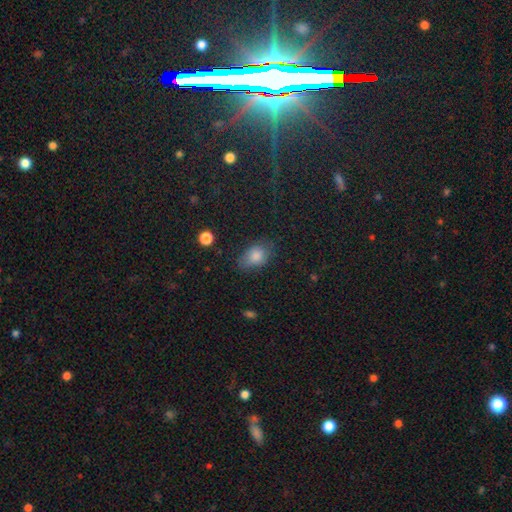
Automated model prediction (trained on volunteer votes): Smooth or featured?
  - smooth: 80% *
  - star or artifact: 12%
  - featured or disk: 8%
How rounded?
  - in between: 79% *
  - round: 19%
  - cigar-shaped: 2%
Merging?
  - none: 69% *
  - minor disturbance: 23%
  - major disturbance: 6%
  - merger: 2%